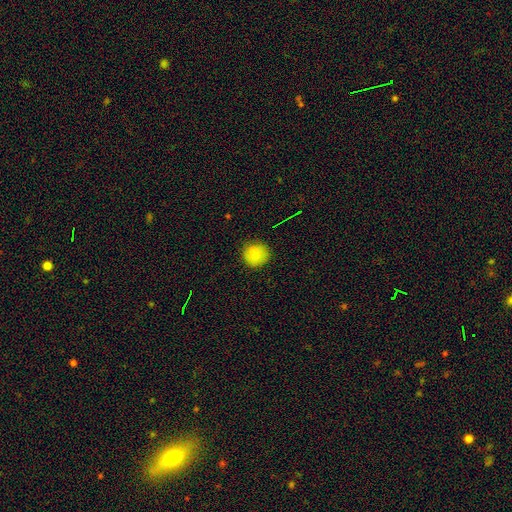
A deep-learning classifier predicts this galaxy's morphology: Smooth or featured: smooth — 76% (star or artifact — 12%)
How rounded: round — 91% (in between — 8%)
Merging: none — 80% (minor disturbance — 11%)